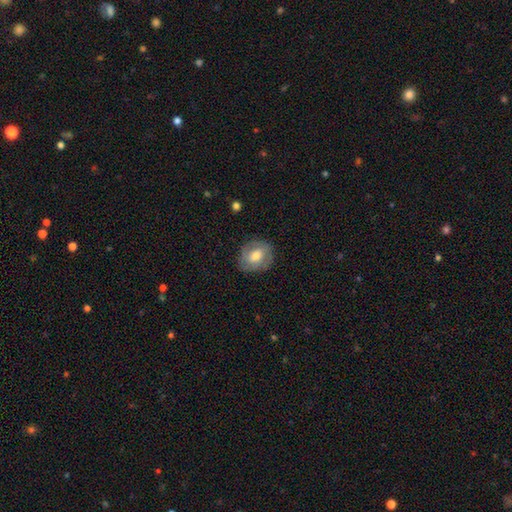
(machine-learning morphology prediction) A smooth galaxy with no disk features (54%) that is round (57%). Merging: none (80%).